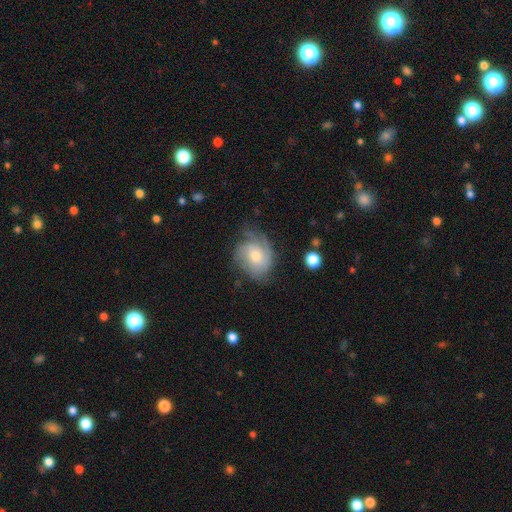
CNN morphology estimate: smooth-or-featured: featured or disk: 66% | smooth: 27% | star or artifact: 7%
  disk-edge-on: no: 97% | yes: 3%
    bar: no: 72% | weak: 25% | strong: 3%
    has-spiral-arms: yes: 90% | no: 10%
      spiral-winding: tight: 48% | medium: 38% | loose: 15%
      spiral-arm-count: can't tell: 34% | 3: 24% | 2: 23% | 1: 8% | 4: 7% | more than 4: 4%
    bulge-size: moderate: 57% | small: 33% | large: 7% | none: 3% | dominant: 1%
  merging: none: 56% | minor disturbance: 27% | major disturbance: 15% | merger: 2%